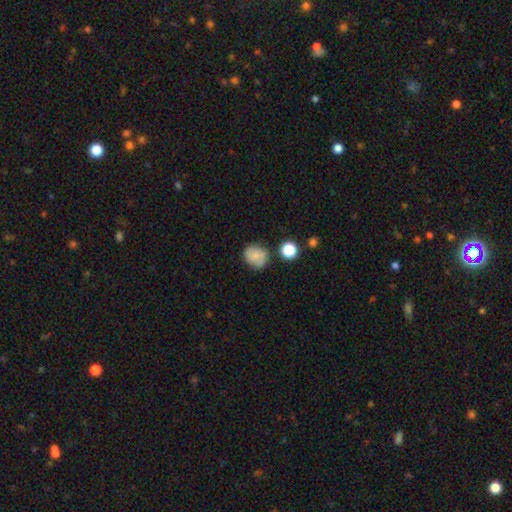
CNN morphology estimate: type=smooth (70%); roundness=round (77%); merging=none (71%).